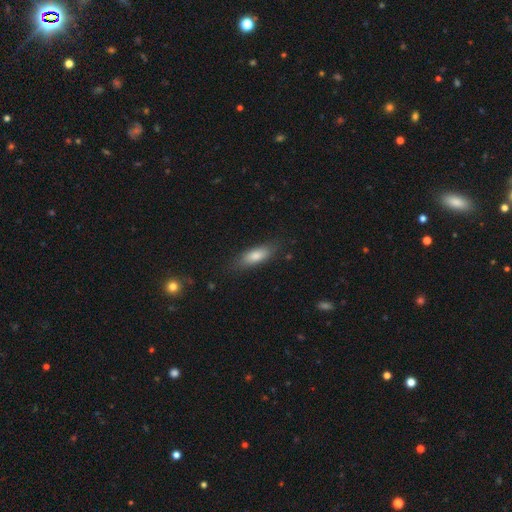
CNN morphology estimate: Q: Smooth or featured?
A: smooth (80%); runner-up: featured or disk (13%)
Q: How rounded?
A: in between (67%); runner-up: cigar-shaped (31%)
Q: Merging?
A: none (79%); runner-up: minor disturbance (15%)